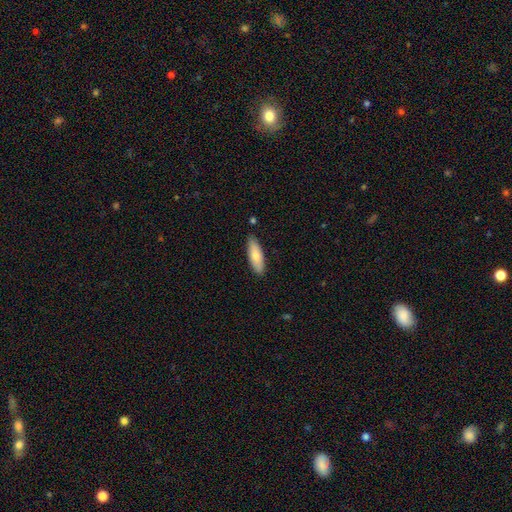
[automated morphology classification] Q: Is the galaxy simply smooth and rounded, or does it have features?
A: smooth — 76%.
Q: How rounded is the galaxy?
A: in between — 52%.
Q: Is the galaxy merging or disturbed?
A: none — 85%.